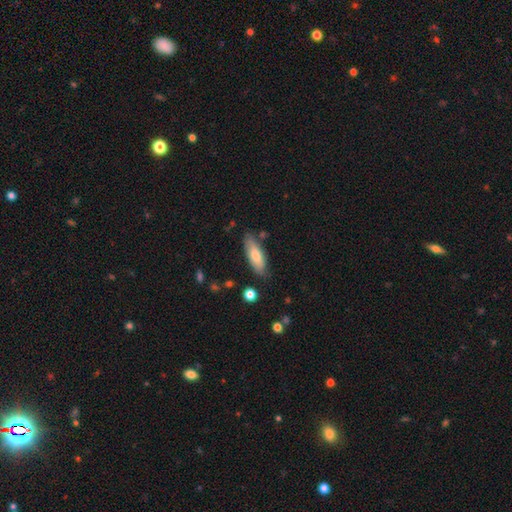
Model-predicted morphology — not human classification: A smooth galaxy with no disk features (73%) that is in between round and cigar-shaped (62%). Merging: none (77%).